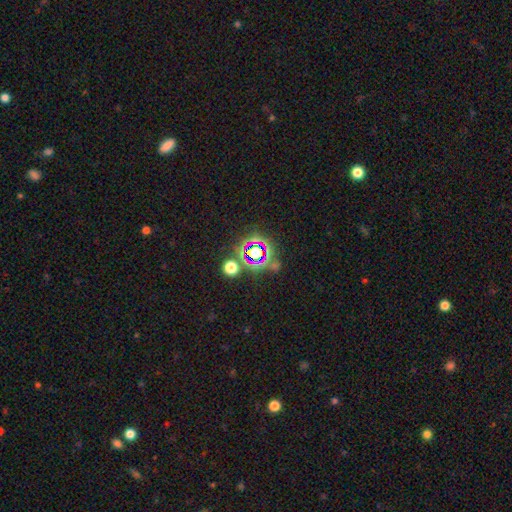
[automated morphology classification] Overall: star or artifact (75%).